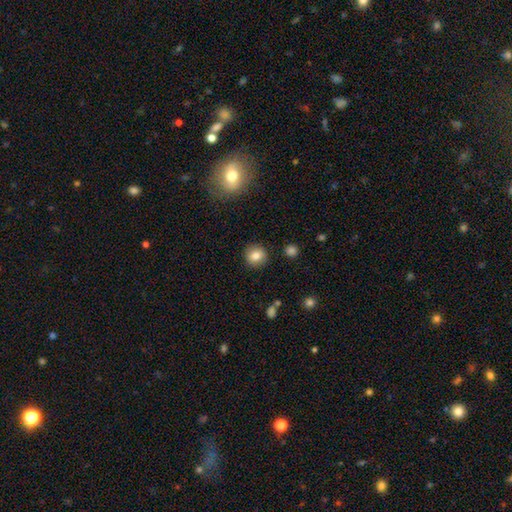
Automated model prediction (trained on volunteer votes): A smooth galaxy with no disk features (83%) that is round (89%). Merging: none (90%).